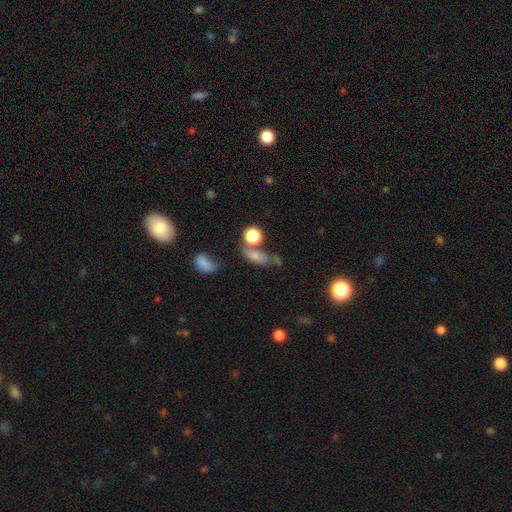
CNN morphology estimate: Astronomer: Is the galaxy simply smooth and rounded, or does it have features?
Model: smooth — 69%.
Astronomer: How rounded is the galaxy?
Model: in between — 63%.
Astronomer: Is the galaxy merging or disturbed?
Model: none — 46% (runner-up: merger, 24%).